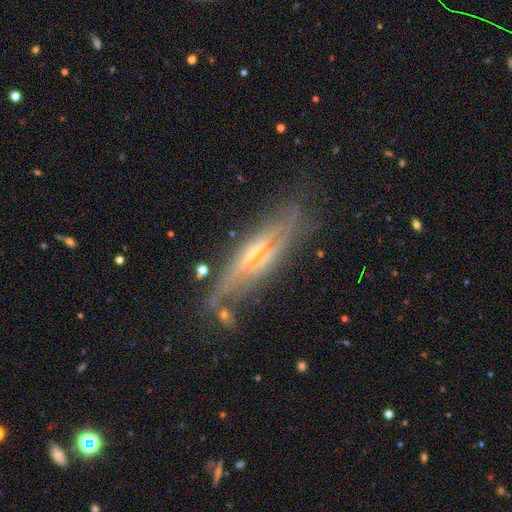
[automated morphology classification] smooth-or-featured: featured or disk: 79% | smooth: 14% | star or artifact: 7%
  disk-edge-on: yes: 85% | no: 15%
    edge-on-bulge: rounded: 55% | none: 32% | boxy: 12%
  merging: none: 75% | minor disturbance: 17% | major disturbance: 5% | merger: 3%